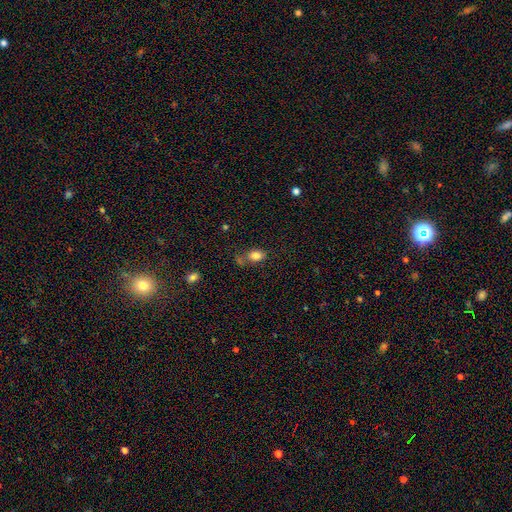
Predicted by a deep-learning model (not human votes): Q: Smooth or featured?
A: smooth (83%); runner-up: star or artifact (9%)
Q: How rounded?
A: in between (78%); runner-up: round (20%)
Q: Merging?
A: none (58%); runner-up: minor disturbance (19%)